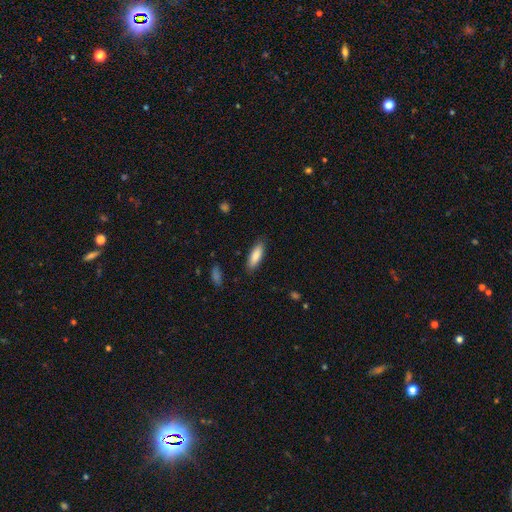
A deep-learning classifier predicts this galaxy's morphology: The model was most divided on "how rounded": in between: 56%, cigar-shaped: 42%, round: 2%. More confident: merging — none (86%); smooth or featured — smooth (84%).